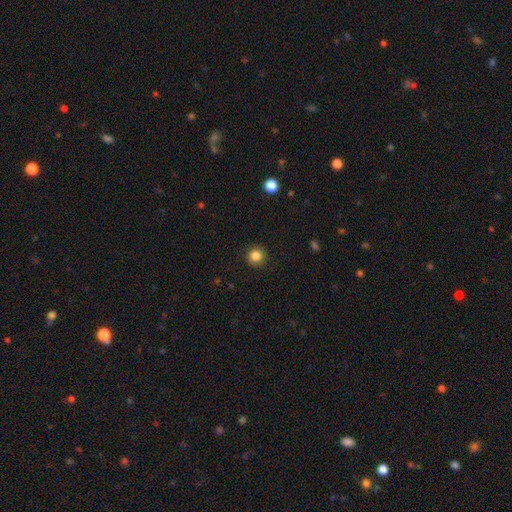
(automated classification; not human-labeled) The model was most divided on "smooth or featured": smooth: 85%, star or artifact: 11%, featured or disk: 4%. More confident: how rounded — round (94%); merging — none (91%).